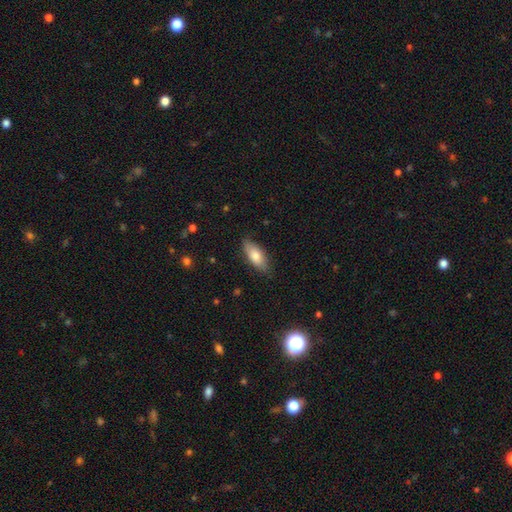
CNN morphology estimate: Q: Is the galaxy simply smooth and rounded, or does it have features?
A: smooth — 76%.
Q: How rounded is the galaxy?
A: in between — 76%.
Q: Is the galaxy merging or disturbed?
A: none — 83%.